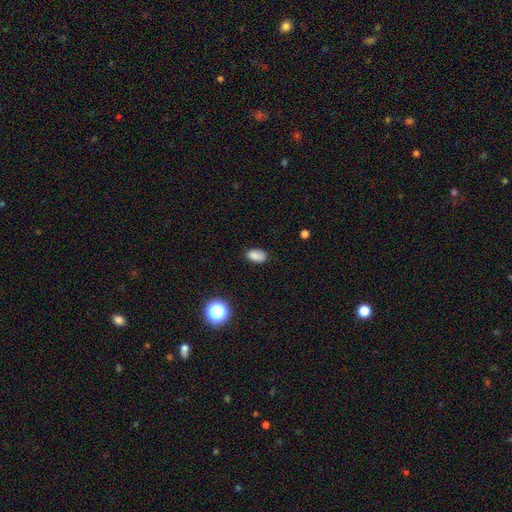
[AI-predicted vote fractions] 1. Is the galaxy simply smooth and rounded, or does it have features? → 84% smooth, 11% star or artifact, 5% featured or disk.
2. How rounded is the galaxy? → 91% in between, 8% round, 2% cigar-shaped.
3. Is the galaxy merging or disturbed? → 82% none, 14% minor disturbance, 3% major disturbance, 1% merger.